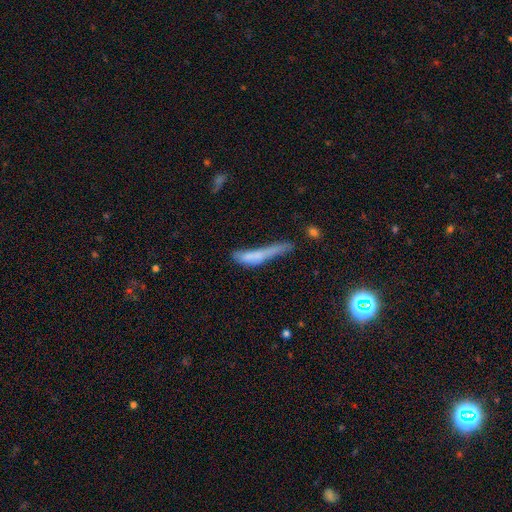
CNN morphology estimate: Smooth or featured?
  - smooth: 62% *
  - featured or disk: 28%
  - star or artifact: 11%
How rounded?
  - cigar-shaped: 87% *
  - in between: 11%
  - round: 2%
Merging?
  - major disturbance: 32% *
  - none: 27%
  - minor disturbance: 27%
  - merger: 14%